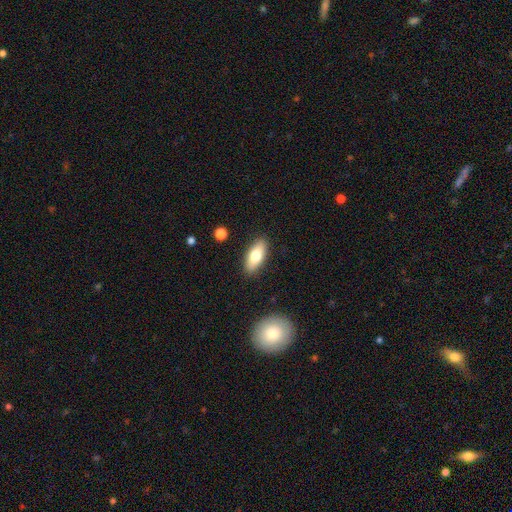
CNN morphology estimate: Q: Smooth or featured?
A: smooth (75%); runner-up: featured or disk (19%)
Q: How rounded?
A: in between (81%); runner-up: cigar-shaped (16%)
Q: Merging?
A: none (88%); runner-up: minor disturbance (9%)